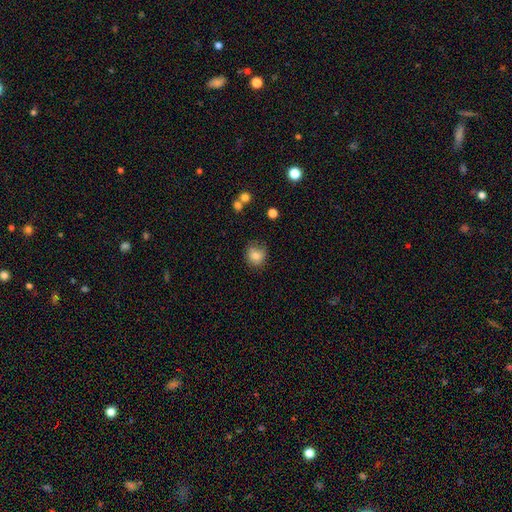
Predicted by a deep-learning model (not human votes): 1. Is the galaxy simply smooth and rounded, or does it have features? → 82% smooth, 10% star or artifact, 8% featured or disk.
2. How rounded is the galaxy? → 78% round, 21% in between, 1% cigar-shaped.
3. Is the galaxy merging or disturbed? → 68% none, 23% minor disturbance, 6% major disturbance, 3% merger.